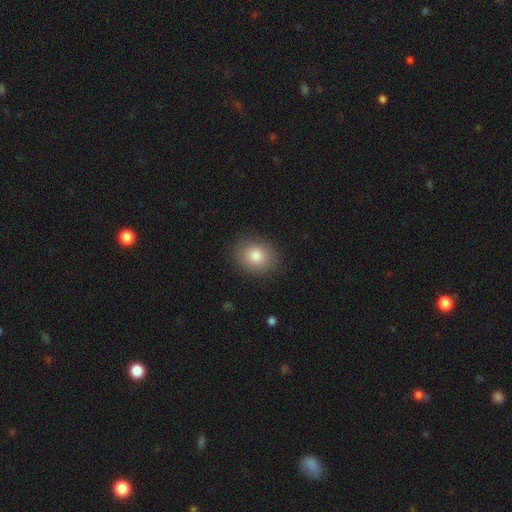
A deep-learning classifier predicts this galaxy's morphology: Smooth or featured: smooth — 83% (star or artifact — 9%)
How rounded: round — 54% (in between — 45%)
Merging: none — 88% (minor disturbance — 9%)